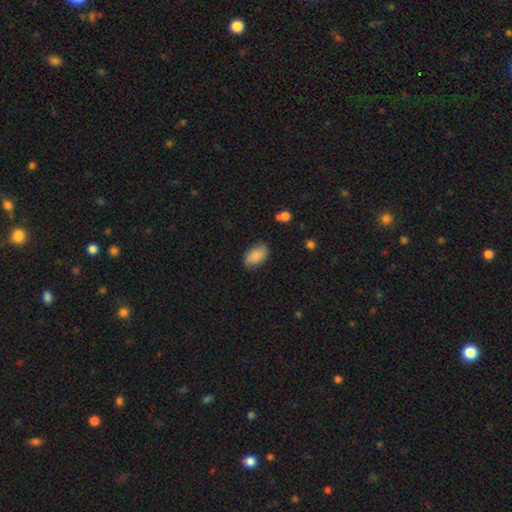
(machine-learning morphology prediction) The model was most divided on "merging": none: 78%, minor disturbance: 17%, major disturbance: 4%, merger: 1%. More confident: how rounded — in between (91%); smooth or featured — smooth (83%).